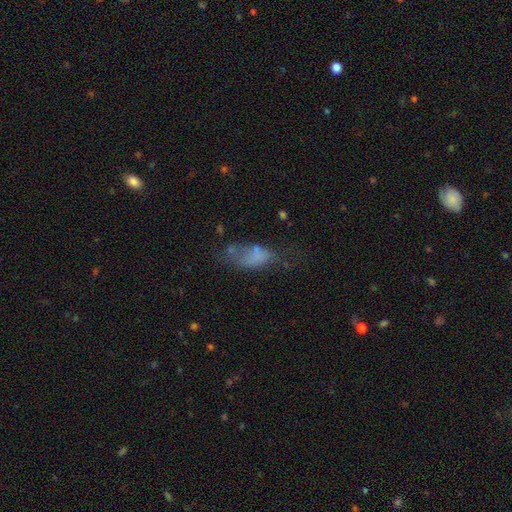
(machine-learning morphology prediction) A smooth galaxy with no disk features (60%) that is in between round and cigar-shaped (81%).

Vote fractions:
- Smooth or featured? smooth: 60% / featured or disk: 26% / star or artifact: 14%
- How rounded? in between: 81% / cigar-shaped: 14% / round: 4%
- Merging? none: 33% (tied) / major disturbance: 33% (tied) / minor disturbance: 25% / merger: 9%